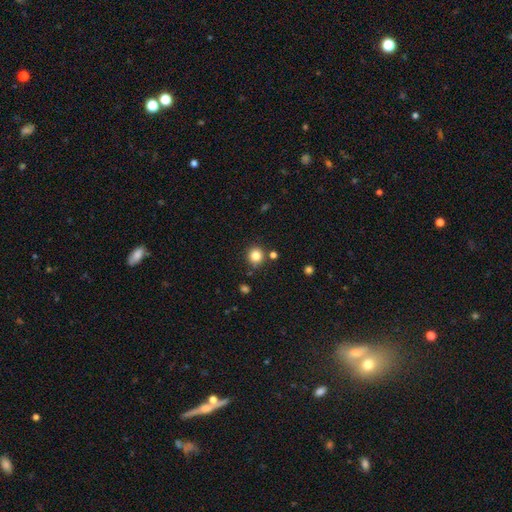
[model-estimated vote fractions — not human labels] Q: Smooth or featured?
A: smooth (82%); runner-up: star or artifact (12%)
Q: How rounded?
A: round (92%); runner-up: in between (7%)
Q: Merging?
A: none (84%); runner-up: minor disturbance (8%)